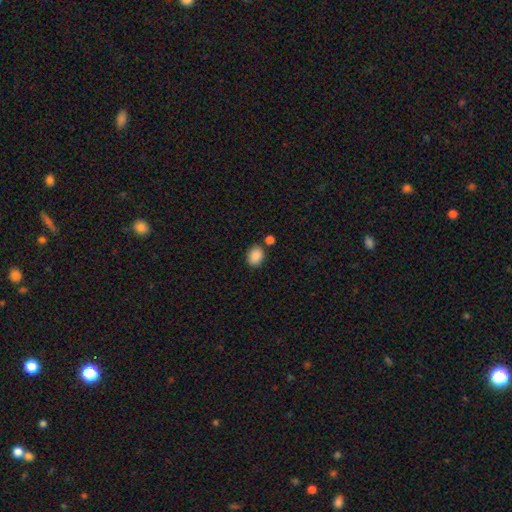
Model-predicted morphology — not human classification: This appears to be a smooth galaxy with no disk features (88%) that is in between round and cigar-shaped (61%). Merging: none (75%).